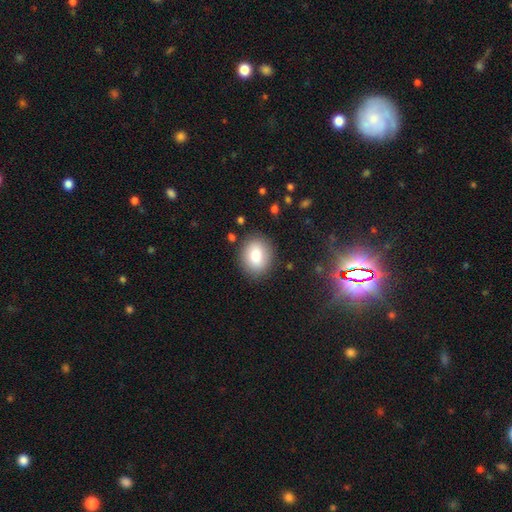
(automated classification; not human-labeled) Smooth or featured? smooth (79%)
How rounded? round (58%)
Merging? none (87%)